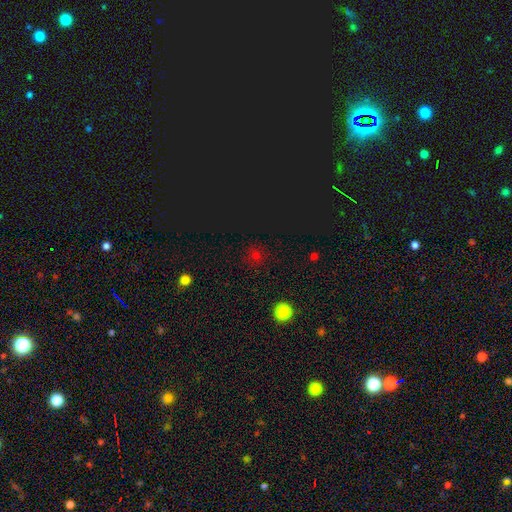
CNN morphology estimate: Overall: smooth (52%; star or artifact 41%). How rounded: round (89%). Merging: none (86%).